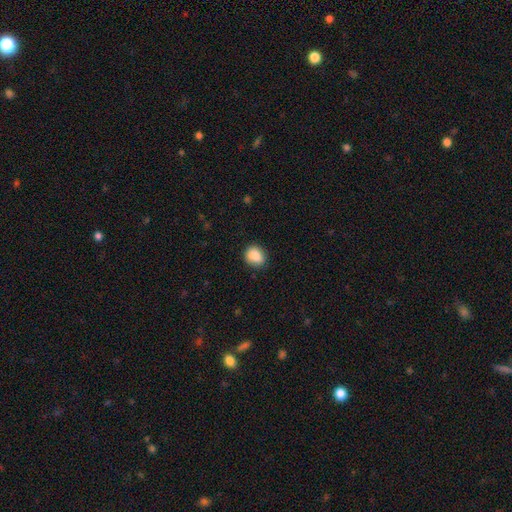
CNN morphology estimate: type=smooth (88%); roundness=round (50%); merging=none (81%).